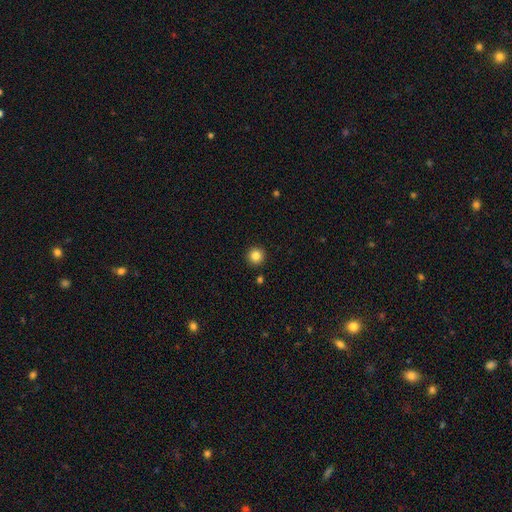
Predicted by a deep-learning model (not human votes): Smooth or featured? smooth (85%)
How rounded? round (96%)
Merging? none (92%)